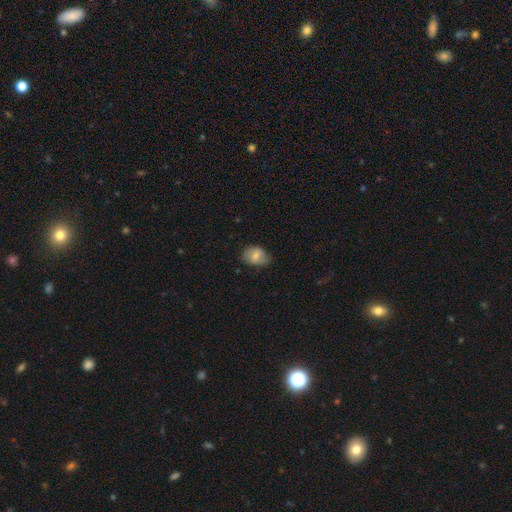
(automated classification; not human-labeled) smooth-or-featured: smooth: 71% | featured or disk: 21% | star or artifact: 8%
  how-rounded: in between: 67% | round: 32% | cigar-shaped: 1%
  merging: none: 65% | minor disturbance: 28% | major disturbance: 6% | merger: 1%